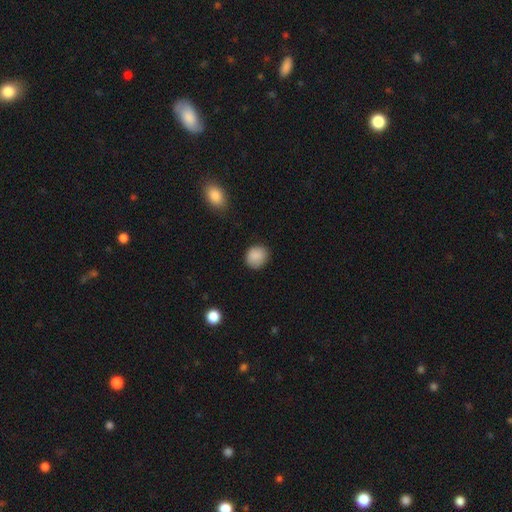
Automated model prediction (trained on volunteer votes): Smooth or featured? Predicted: smooth (p=0.88). How rounded? Predicted: round (p=0.74). Merging? Predicted: none (p=0.82).